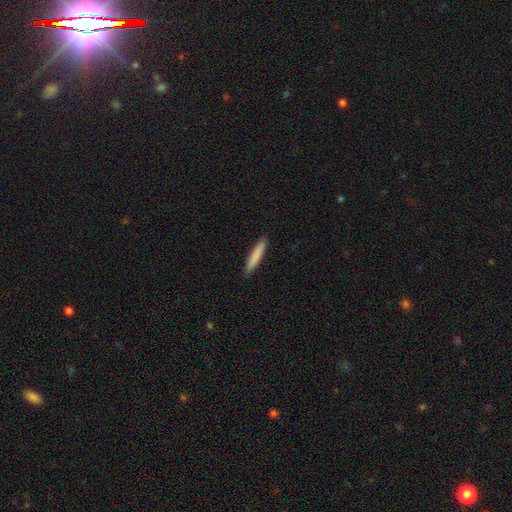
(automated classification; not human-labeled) Smooth or featured? Predicted: smooth (p=0.83). How rounded? Predicted: cigar-shaped (p=0.92). Merging? Predicted: none (p=0.91).